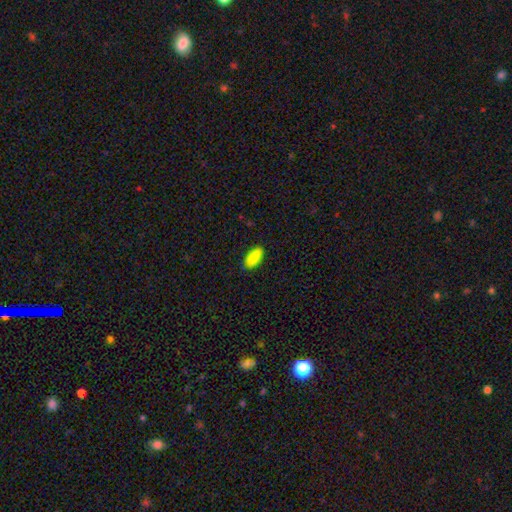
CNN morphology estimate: Smooth or featured?
  - smooth: 90% *
  - star or artifact: 7%
  - featured or disk: 3%
How rounded?
  - in between: 90% *
  - cigar-shaped: 8%
  - round: 2%
Merging?
  - none: 87% *
  - minor disturbance: 10%
  - major disturbance: 2%
  - merger: 1%